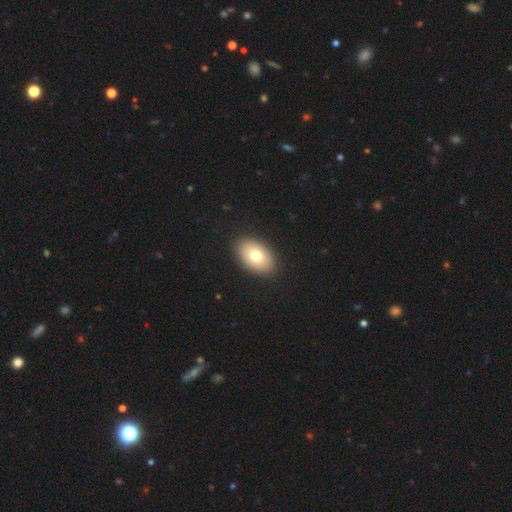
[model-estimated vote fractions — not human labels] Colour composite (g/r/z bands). It shows a smooth galaxy with no disk features (74%) that is in between round and cigar-shaped (89%). Merging: none (90%).